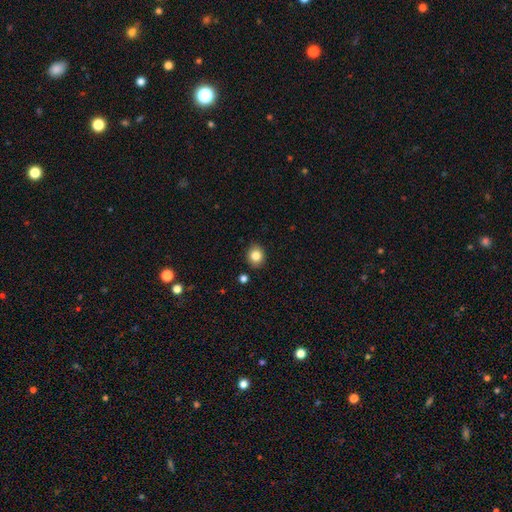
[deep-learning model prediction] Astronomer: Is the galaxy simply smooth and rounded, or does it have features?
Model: smooth — 83%.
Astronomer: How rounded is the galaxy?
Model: round — 67%.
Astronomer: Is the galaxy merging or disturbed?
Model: none — 88%.